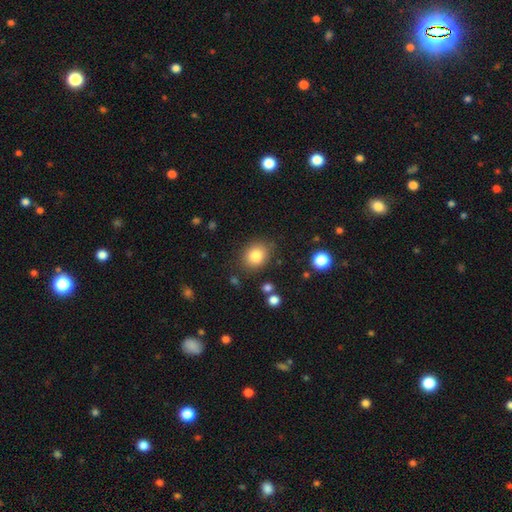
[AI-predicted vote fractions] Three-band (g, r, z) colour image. It shows a smooth galaxy with no disk features (83%) that is round (62%). Merging: none (81%).